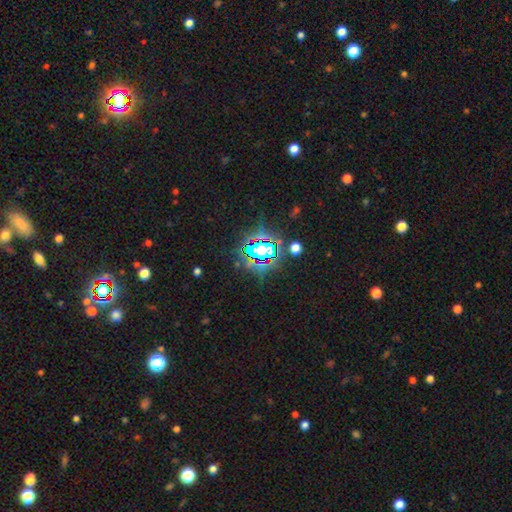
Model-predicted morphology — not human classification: smooth_or_featured: star or artifact (p=0.72) [alt: smooth p=0.17]